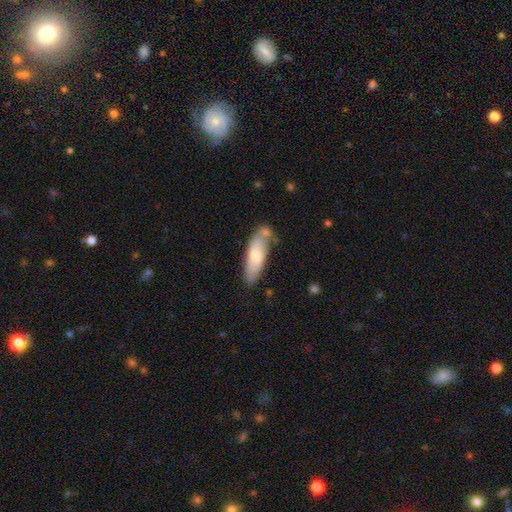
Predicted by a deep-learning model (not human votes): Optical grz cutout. It shows a smooth galaxy with no disk features (73%) that is in between round and cigar-shaped (51%). Merging: none (64%).